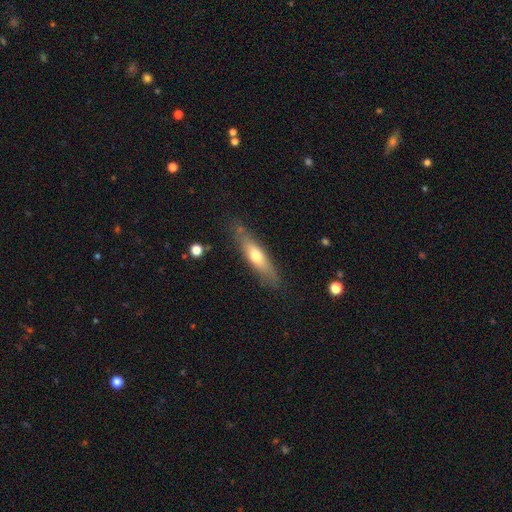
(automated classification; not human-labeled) This is possibly a smooth galaxy (56%). How rounded: likely cigar-shaped (69%). Merging: likely none (79%).